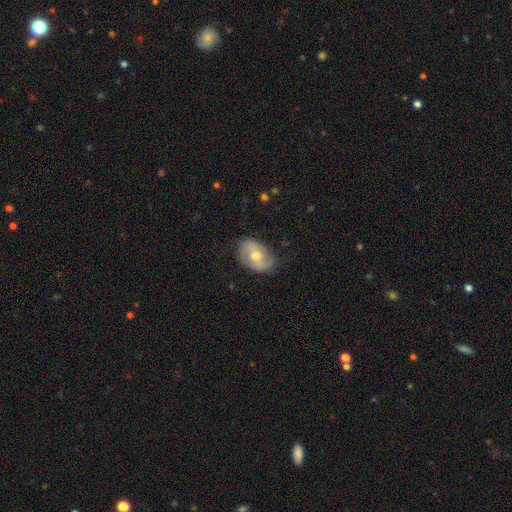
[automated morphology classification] type=featured or disk (62%); edge-on=no (96%); bar=no (50%); spiral arms=yes (80%); bulge=moderate (67%); merging=none (71%).